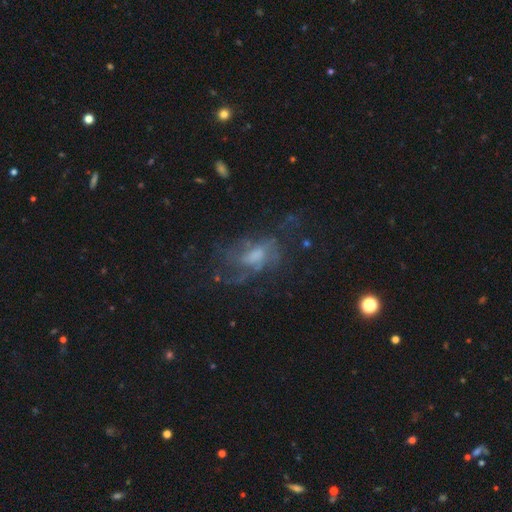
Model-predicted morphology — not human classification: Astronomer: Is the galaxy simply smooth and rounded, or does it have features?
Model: featured or disk — 66%.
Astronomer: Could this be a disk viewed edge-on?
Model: no — 95%.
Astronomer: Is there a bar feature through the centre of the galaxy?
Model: no — 54% (runner-up: weak, 38%).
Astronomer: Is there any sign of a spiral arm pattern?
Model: yes — 66%.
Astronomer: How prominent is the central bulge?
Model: moderate — 39% (runner-up: small, 25%).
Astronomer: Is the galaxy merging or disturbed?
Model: none — 45% (runner-up: major disturbance, 32%).